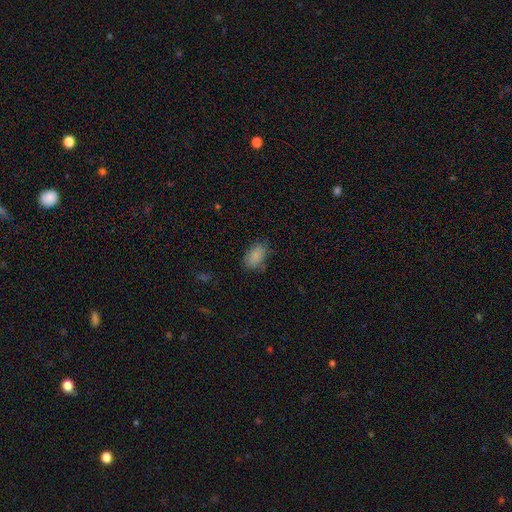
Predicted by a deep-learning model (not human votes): Smooth or featured?
  - smooth: 86% *
  - star or artifact: 9%
  - featured or disk: 5%
How rounded?
  - in between: 89% *
  - round: 9%
  - cigar-shaped: 1%
Merging?
  - none: 72% *
  - minor disturbance: 20%
  - major disturbance: 5%
  - merger: 2%